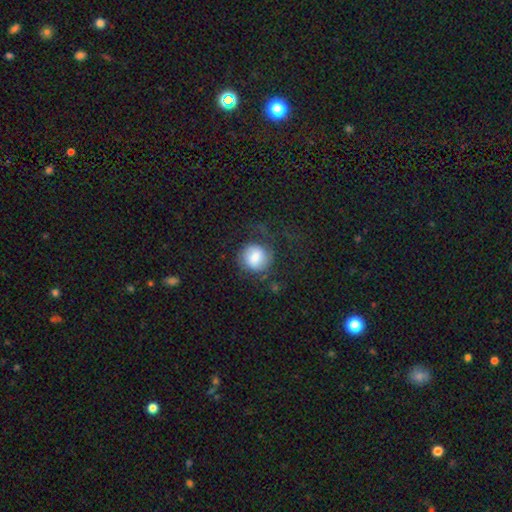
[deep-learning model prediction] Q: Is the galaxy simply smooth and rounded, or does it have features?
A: smooth — 70%.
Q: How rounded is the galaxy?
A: round — 84%.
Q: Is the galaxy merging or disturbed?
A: none — 58%.